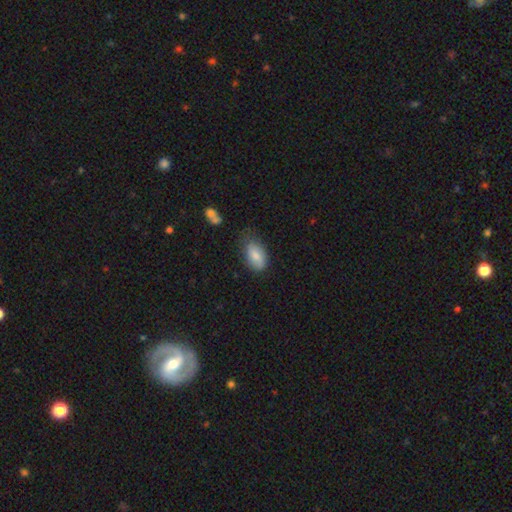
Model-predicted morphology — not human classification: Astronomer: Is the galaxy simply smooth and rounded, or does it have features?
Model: smooth — 81%.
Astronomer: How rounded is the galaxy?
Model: in between — 92%.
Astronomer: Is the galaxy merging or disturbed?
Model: none — 60%.